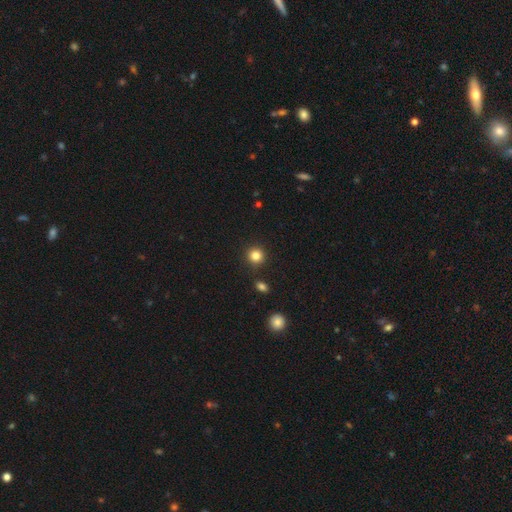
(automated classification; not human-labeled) Q: Smooth or featured?
A: smooth (84%); runner-up: star or artifact (11%)
Q: How rounded?
A: round (93%); runner-up: in between (6%)
Q: Merging?
A: none (89%); runner-up: minor disturbance (6%)